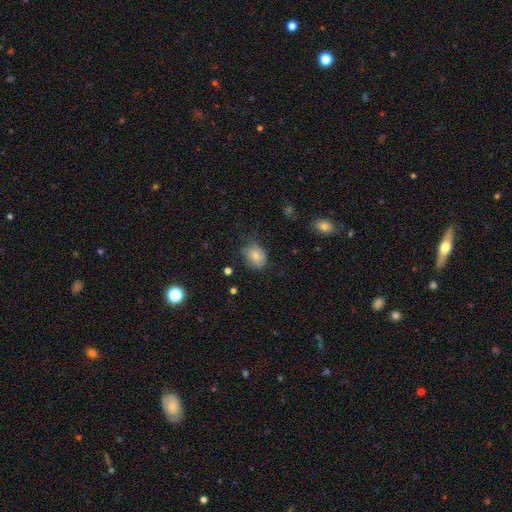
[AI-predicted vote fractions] A smooth galaxy with no disk features (76%) that is in between round and cigar-shaped (66%).

Vote fractions:
- Smooth or featured? smooth: 76% / featured or disk: 14% / star or artifact: 9%
- How rounded? in between: 66% / round: 33% / cigar-shaped: 1%
- Merging? none: 59% / minor disturbance: 30% / major disturbance: 10% / merger: 2%